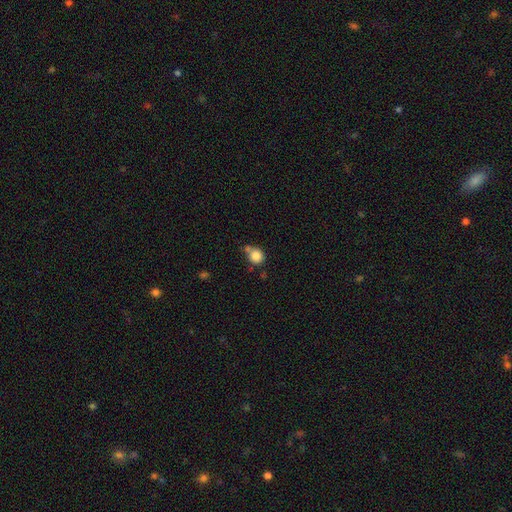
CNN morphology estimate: A smooth galaxy with no disk features (85%) that is round (84%). Merging: none (54%).